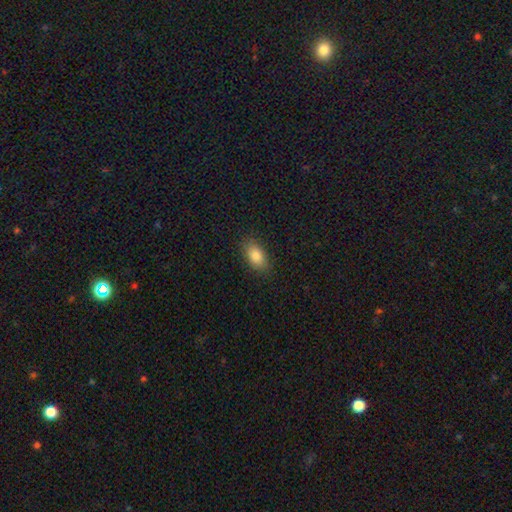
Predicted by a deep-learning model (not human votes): Smooth or featured? smooth (85%)
How rounded? in between (91%)
Merging? none (86%)